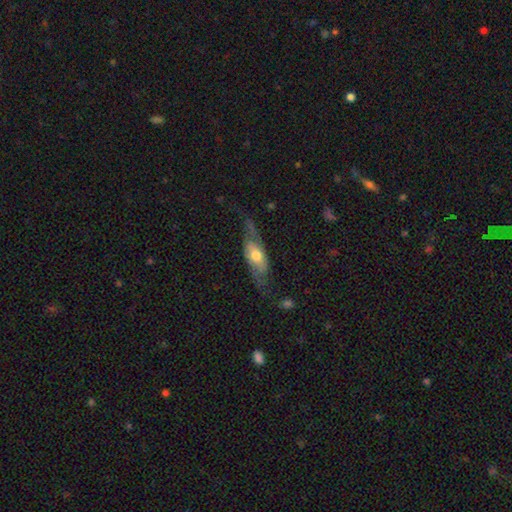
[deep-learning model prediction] A featured or disk galaxy (57%).

Vote fractions:
- Smooth or featured? featured or disk: 57% / smooth: 37% / star or artifact: 6%
- Edge-on disk? no: 66% / yes: 34%
- Merging? none: 50% / minor disturbance: 26% / major disturbance: 22% / merger: 3%